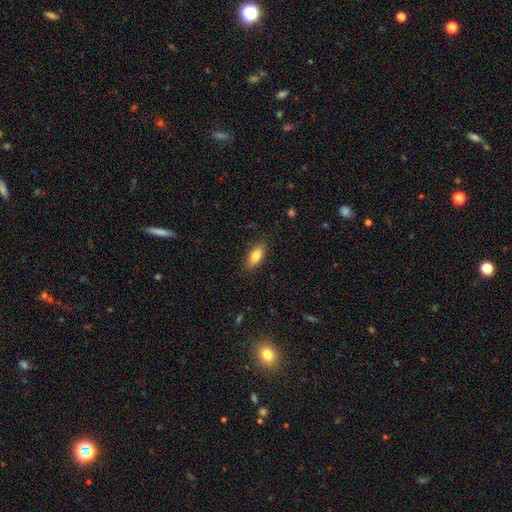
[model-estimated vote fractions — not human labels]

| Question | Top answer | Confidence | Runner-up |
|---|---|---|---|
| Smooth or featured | smooth | 82% | featured or disk (11%) |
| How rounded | in between | 83% | cigar-shaped (14%) |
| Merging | none | 85% | minor disturbance (11%) |